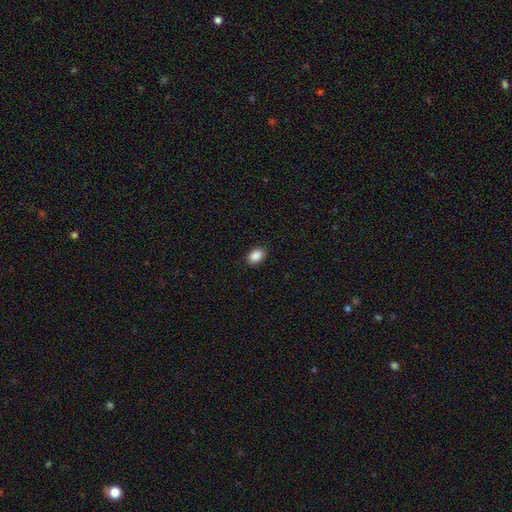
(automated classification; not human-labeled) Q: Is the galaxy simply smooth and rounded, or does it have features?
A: smooth — 89%.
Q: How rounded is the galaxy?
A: in between — 87%.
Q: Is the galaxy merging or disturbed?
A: none — 89%.